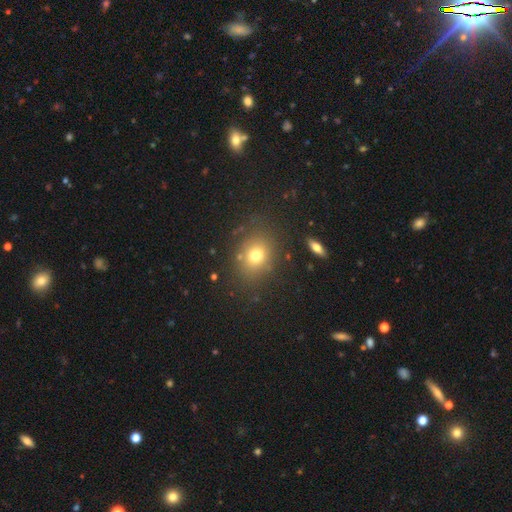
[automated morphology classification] Q: Smooth or featured?
A: smooth (73%); runner-up: star or artifact (15%)
Q: How rounded?
A: round (57%); runner-up: in between (41%)
Q: Merging?
A: none (80%); runner-up: minor disturbance (11%)